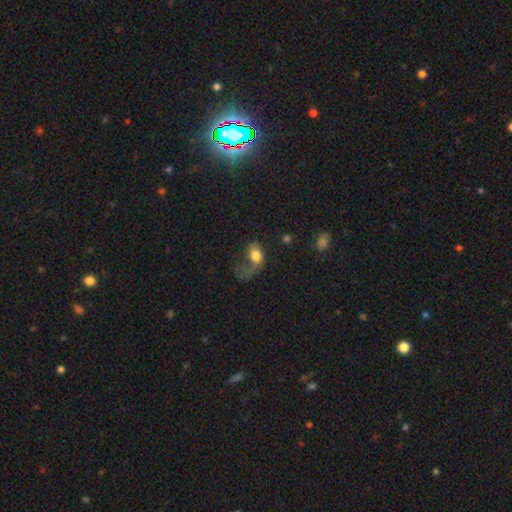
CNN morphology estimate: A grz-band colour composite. It shows a smooth galaxy with no disk features (67%) that is in between round and cigar-shaped (73%). Merging: major disturbance (64%).